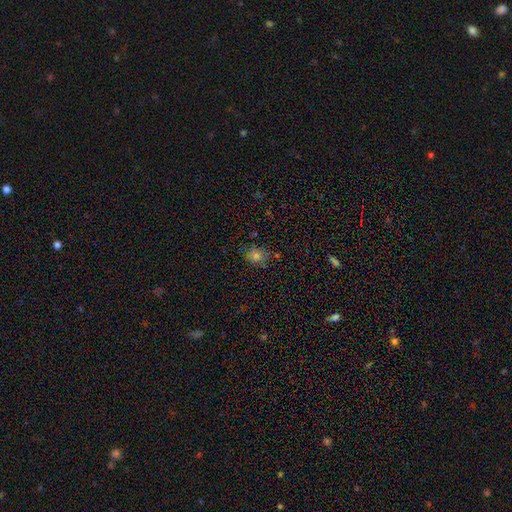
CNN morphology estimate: A smooth galaxy with no disk features (71%) that is round (72%). Merging: none (77%).